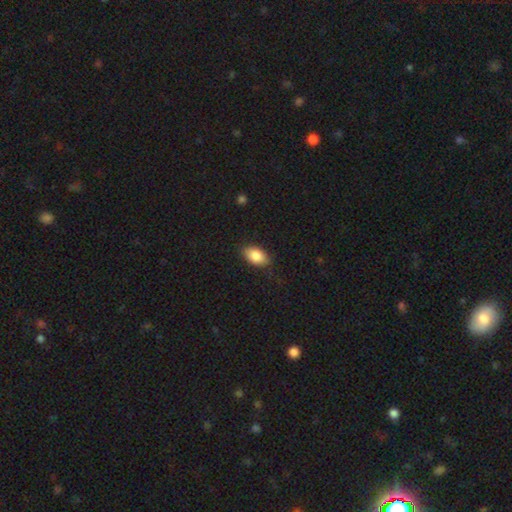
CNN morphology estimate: Smooth or featured?
  - smooth: 86% *
  - featured or disk: 7%
  - star or artifact: 7%
How rounded?
  - in between: 92% *
  - round: 6%
  - cigar-shaped: 2%
Merging?
  - none: 84% *
  - minor disturbance: 13%
  - major disturbance: 3%
  - merger: 1%